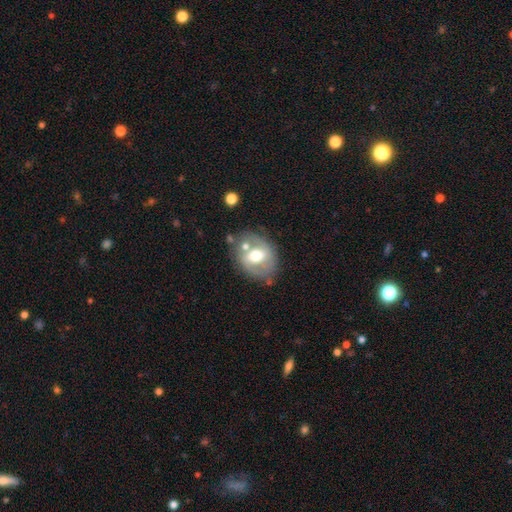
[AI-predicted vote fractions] Morphology: type=featured or disk (55%); edge-on=no (94%); bar=weak (39%); spiral arms=no (59%); bulge=moderate (71%); merging=none (63%).